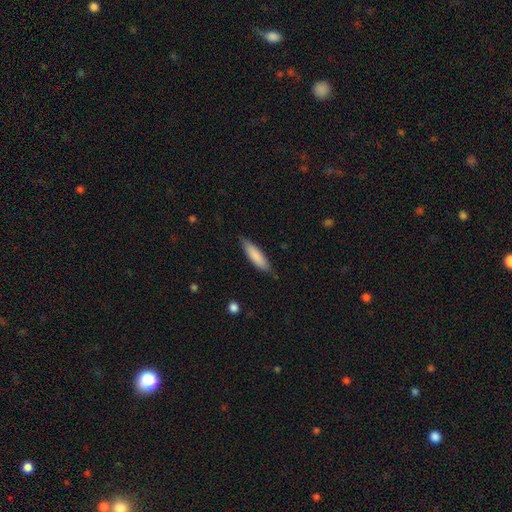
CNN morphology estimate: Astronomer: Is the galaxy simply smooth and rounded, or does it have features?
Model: smooth — 83%.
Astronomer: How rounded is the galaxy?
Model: cigar-shaped — 63%.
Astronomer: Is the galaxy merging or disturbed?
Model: none — 81%.